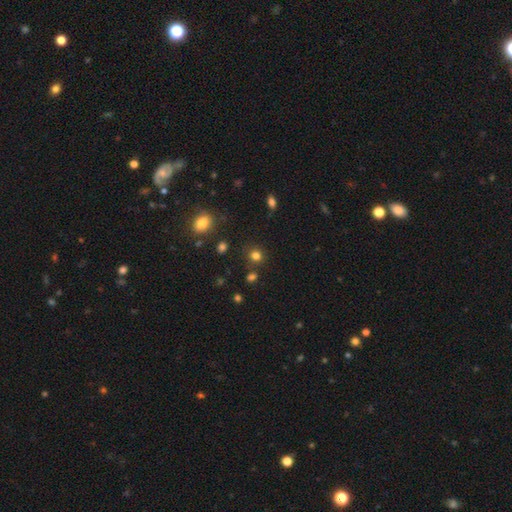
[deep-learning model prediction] Q: Smooth or featured?
A: smooth (79%); runner-up: star or artifact (16%)
Q: How rounded?
A: round (85%); runner-up: in between (14%)
Q: Merging?
A: none (82%); runner-up: minor disturbance (9%)